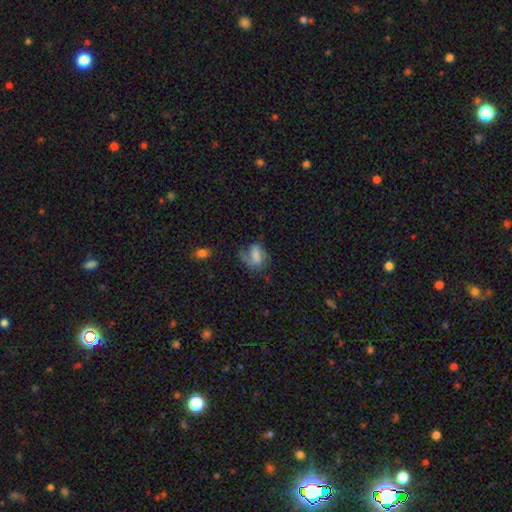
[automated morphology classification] This is possibly a smooth galaxy (50%). How rounded: likely in between (75%). Merging: marginally none (42%).